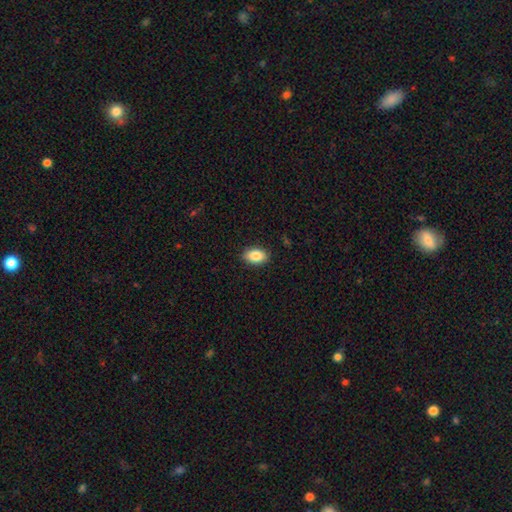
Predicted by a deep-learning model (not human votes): The model was most divided on "smooth or featured": smooth: 86%, star or artifact: 7%, featured or disk: 7%. More confident: how rounded — in between (88%); merging — none (88%).